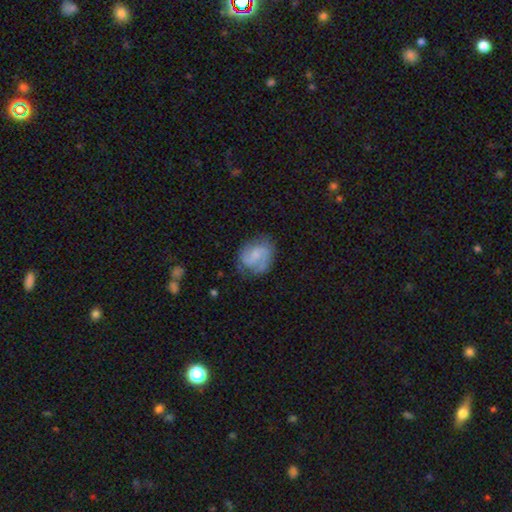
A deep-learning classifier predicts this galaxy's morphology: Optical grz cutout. It shows a featured or disk galaxy (62%) with no bar (49%), 2 (76%) medium (49%) spiral arms (89%) and a small central bulge (48%). Merging: none (66%).